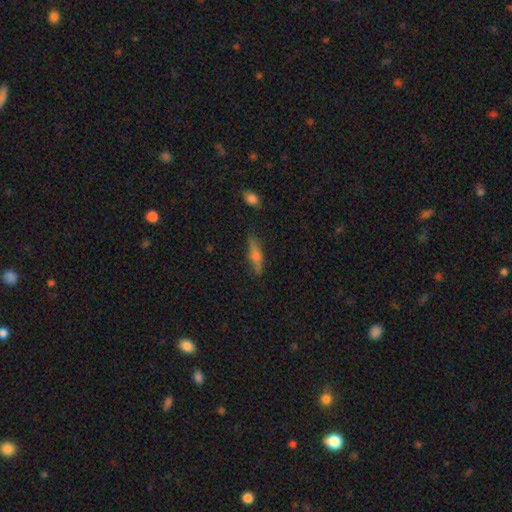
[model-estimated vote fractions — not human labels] featured or disk 50%, smooth 41%, star or artifact 9%. Down the decision tree: merging — none (83%).